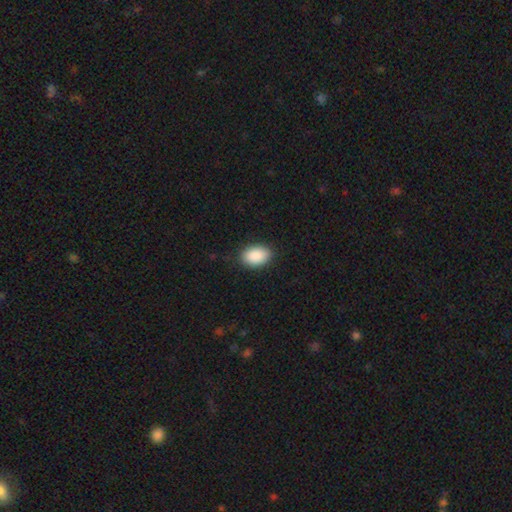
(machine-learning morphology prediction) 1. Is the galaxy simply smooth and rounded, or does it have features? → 90% smooth, 7% star or artifact, 3% featured or disk.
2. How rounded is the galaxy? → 87% in between, 12% round, 1% cigar-shaped.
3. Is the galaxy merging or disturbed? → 86% none, 11% minor disturbance, 2% major disturbance, 1% merger.